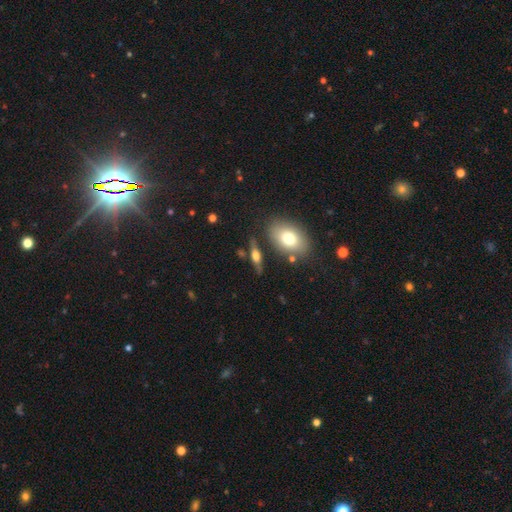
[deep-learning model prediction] smooth_or_featured: featured or disk (p=0.50) [alt: smooth p=0.41]
disk_edge_on: yes (p=0.86) [alt: no p=0.14]
merging: none (p=0.76) [alt: minor disturbance p=0.13]